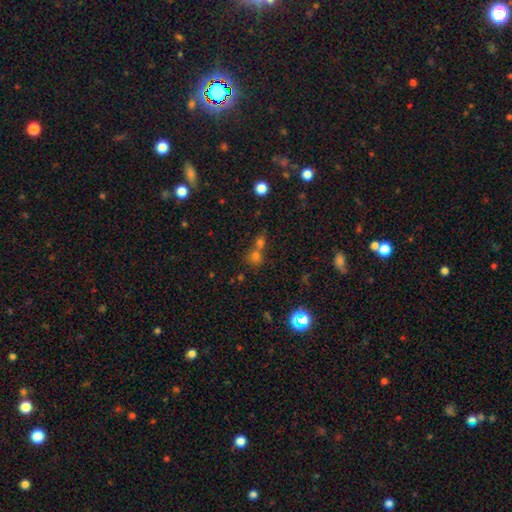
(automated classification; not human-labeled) A smooth galaxy with no disk features (59%) that is round (81%).

Vote fractions:
- Smooth or featured? smooth: 59% / star or artifact: 29% / featured or disk: 11%
- How rounded? round: 81% / in between: 17% / cigar-shaped: 2%
- Merging? none: 46% / merger: 44% / minor disturbance: 6% / major disturbance: 4%